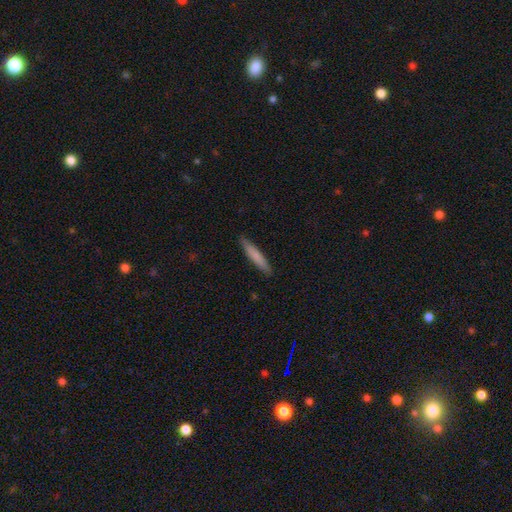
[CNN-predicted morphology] A smooth galaxy with no disk features (77%) that is cigar-shaped (92%).

Vote fractions:
- Smooth or featured? smooth: 77% / featured or disk: 17% / star or artifact: 6%
- How rounded? cigar-shaped: 92% / in between: 7% / round: 1%
- Merging? none: 89% / minor disturbance: 8% / major disturbance: 2% / merger: 1%